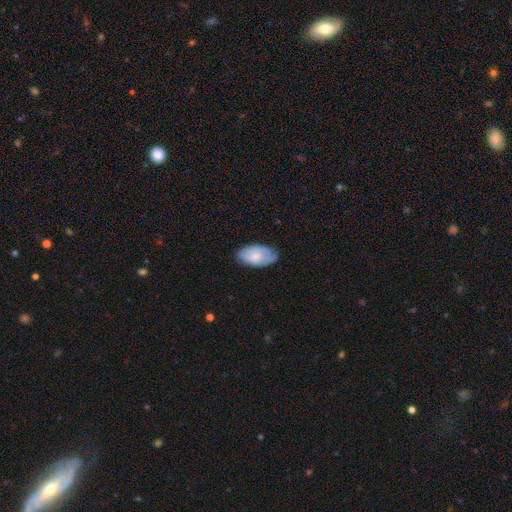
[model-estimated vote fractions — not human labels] smooth-or-featured: smooth: 69% | featured or disk: 25% | star or artifact: 6%
  how-rounded: in between: 95% | round: 3% | cigar-shaped: 2%
  merging: none: 72% | minor disturbance: 23% | major disturbance: 4% | merger: 1%